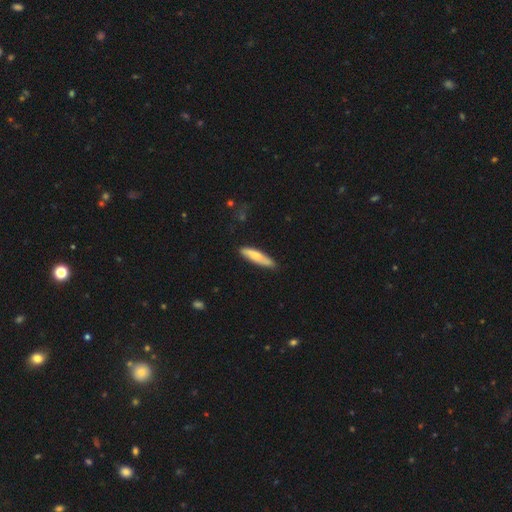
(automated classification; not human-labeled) Q: Smooth or featured?
A: smooth (66%); runner-up: featured or disk (29%)
Q: How rounded?
A: cigar-shaped (80%); runner-up: in between (18%)
Q: Merging?
A: none (82%); runner-up: minor disturbance (14%)